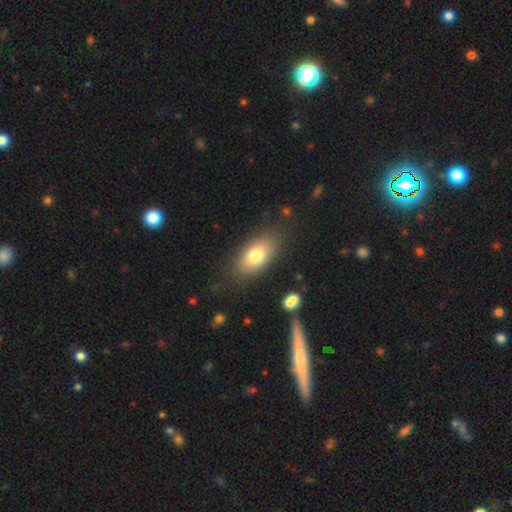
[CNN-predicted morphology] smooth 76%, featured or disk 16%, star or artifact 8%. Down the decision tree: how rounded — in between (89%); merging — none (79%).